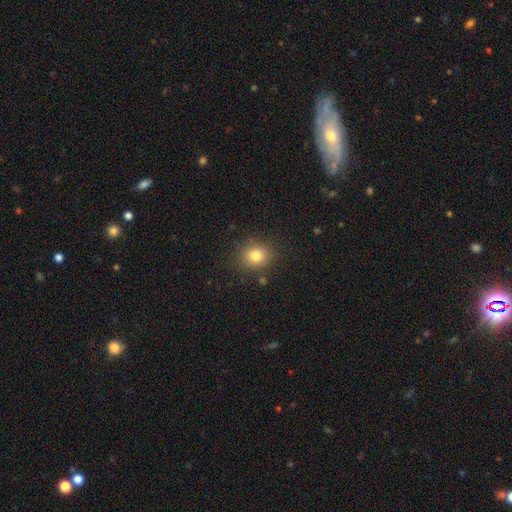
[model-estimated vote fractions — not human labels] This appears to be a smooth galaxy with no disk features (81%) that is round (73%). Merging: none (84%).